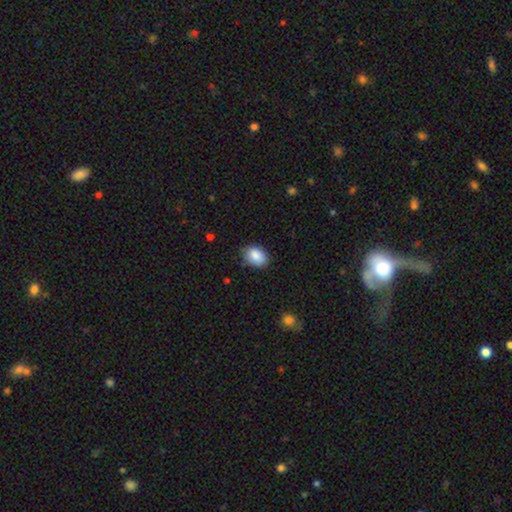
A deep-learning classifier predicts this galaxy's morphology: smooth 87%, star or artifact 8%, featured or disk 5%. Down the decision tree: how rounded — in between (76%); merging — none (78%).